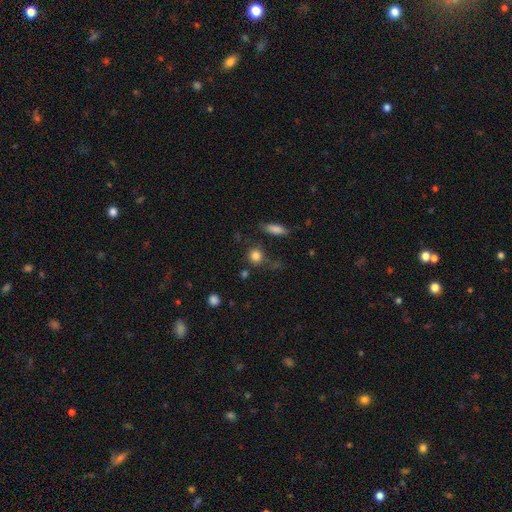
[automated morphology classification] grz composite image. It shows a smooth galaxy with no disk features (83%) that is round (86%). Merging: none (74%).